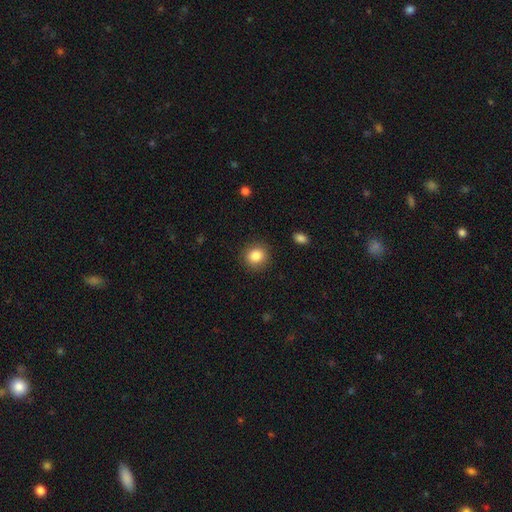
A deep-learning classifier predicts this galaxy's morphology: smooth-or-featured: smooth: 85% | star or artifact: 10% | featured or disk: 5%
  how-rounded: round: 88% | in between: 11% | cigar-shaped: 1%
  merging: none: 89% | minor disturbance: 7% | major disturbance: 3% | merger: 1%